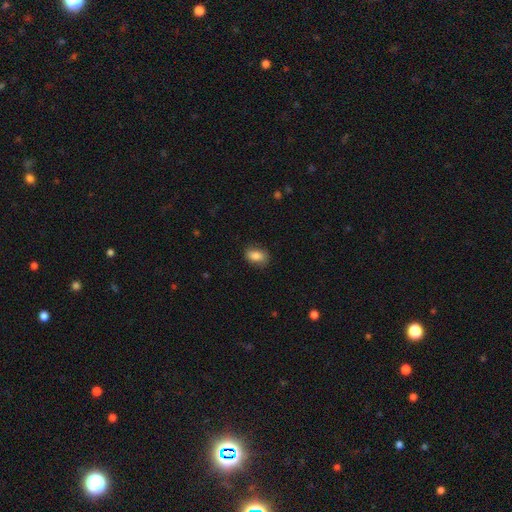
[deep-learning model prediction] smooth_or_featured: smooth (p=0.82) [alt: featured or disk p=0.10]
how_rounded: in between (p=0.83) [alt: round p=0.15]
merging: none (p=0.79) [alt: minor disturbance p=0.16]